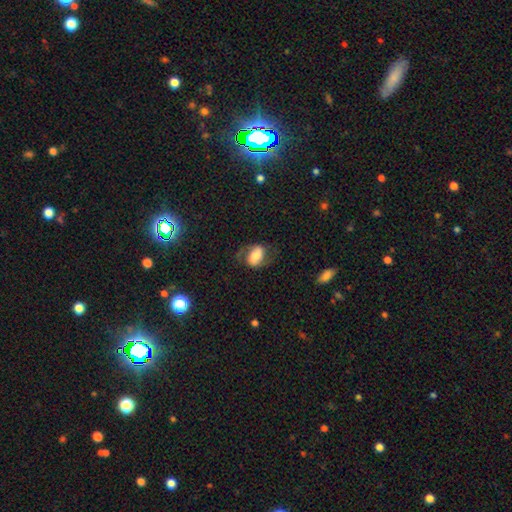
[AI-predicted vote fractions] Morphology: type=featured or disk (50%); edge-on=no (96%); merging=none (63%).